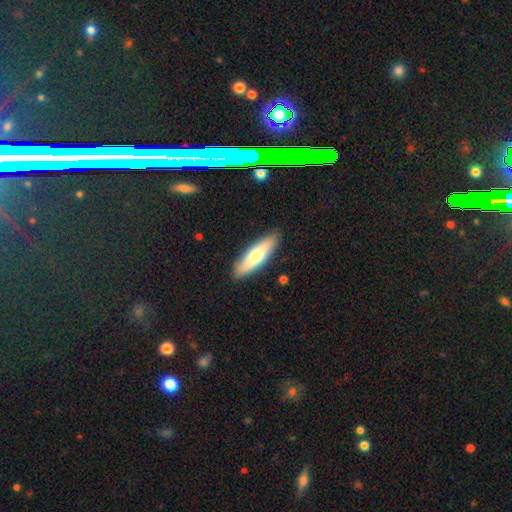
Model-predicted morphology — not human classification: smooth_or_featured: smooth (p=0.70) [alt: featured or disk p=0.24]
how_rounded: cigar-shaped (p=0.63) [alt: in between p=0.36]
merging: none (p=0.88) [alt: minor disturbance p=0.09]